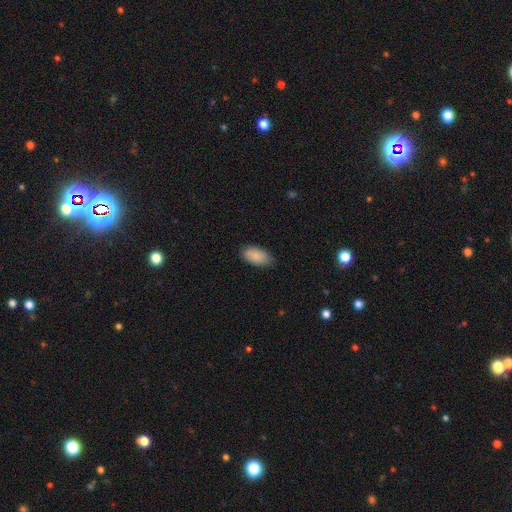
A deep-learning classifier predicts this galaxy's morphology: smooth 87%, star or artifact 7%, featured or disk 6%. Down the decision tree: how rounded — in between (94%); merging — none (77%).